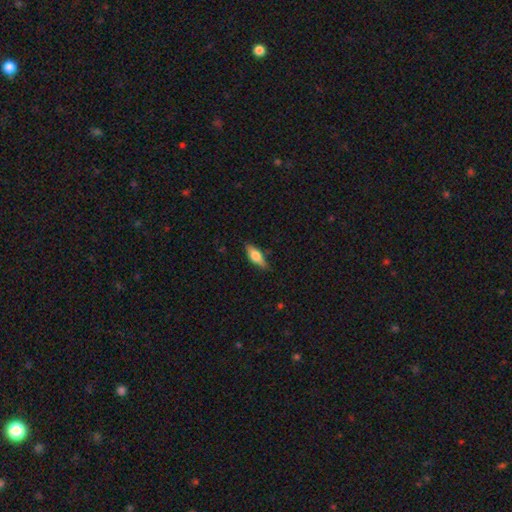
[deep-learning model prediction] smooth-or-featured: smooth: 62% | featured or disk: 31% | star or artifact: 7%
  how-rounded: in between: 67% | cigar-shaped: 30% | round: 3%
  merging: none: 78% | minor disturbance: 18% | major disturbance: 3% | merger: 1%